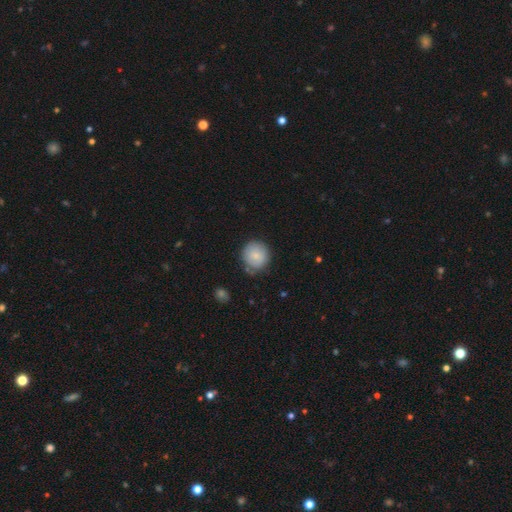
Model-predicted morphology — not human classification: Smooth or featured?
  - smooth: 80% *
  - featured or disk: 13%
  - star or artifact: 7%
How rounded?
  - round: 90% *
  - in between: 9%
  - cigar-shaped: 1%
Merging?
  - none: 74% *
  - minor disturbance: 18%
  - major disturbance: 4%
  - merger: 4%